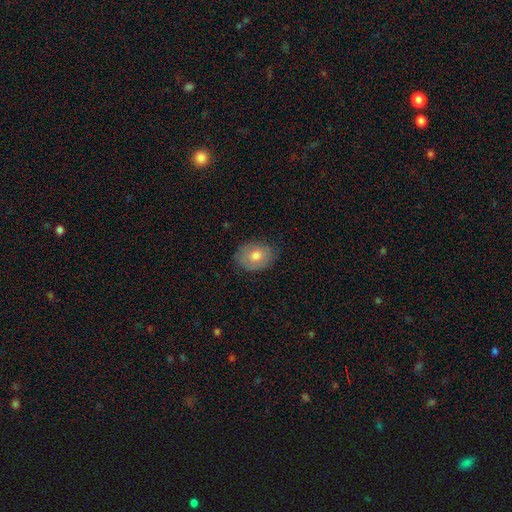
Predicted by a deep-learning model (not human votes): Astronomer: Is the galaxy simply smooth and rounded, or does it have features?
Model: smooth — 67%.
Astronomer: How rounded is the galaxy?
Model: in between — 61% (runner-up: round, 38%).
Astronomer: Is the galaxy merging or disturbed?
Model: none — 76%.